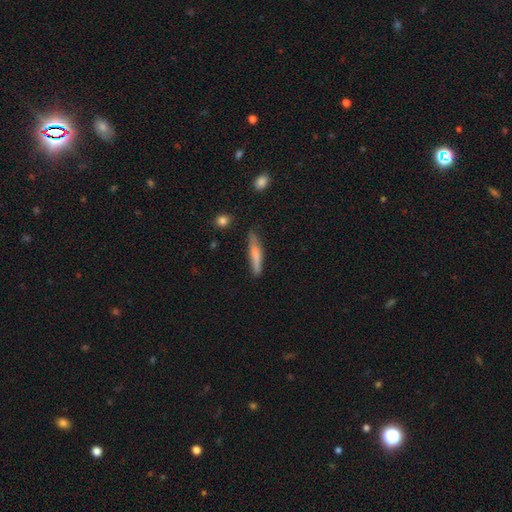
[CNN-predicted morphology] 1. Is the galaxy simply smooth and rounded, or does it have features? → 69% smooth, 25% featured or disk, 6% star or artifact.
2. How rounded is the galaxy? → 89% cigar-shaped, 10% in between, 2% round.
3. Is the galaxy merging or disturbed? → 75% none, 19% minor disturbance, 4% major disturbance, 2% merger.